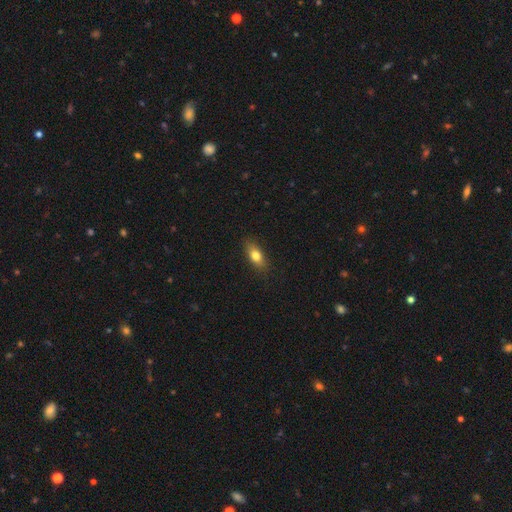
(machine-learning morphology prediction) Smooth or featured? Predicted: smooth (p=0.78). How rounded? Predicted: in between (p=0.80). Merging? Predicted: none (p=0.85).